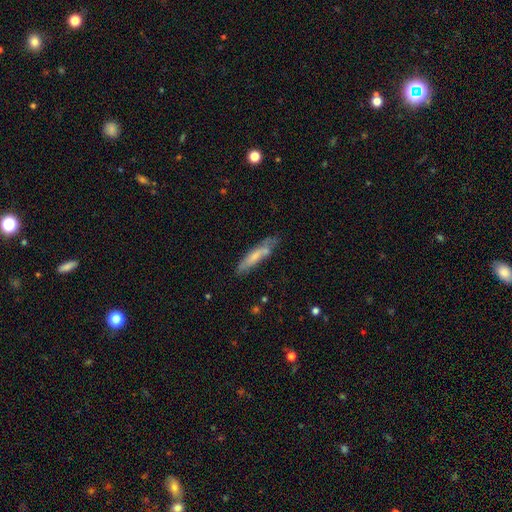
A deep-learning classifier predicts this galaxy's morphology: smooth-or-featured: smooth: 59% | featured or disk: 35% | star or artifact: 7%
  how-rounded: cigar-shaped: 84% | in between: 14% | round: 2%
  merging: none: 62% | minor disturbance: 23% | merger: 9% | major disturbance: 6%